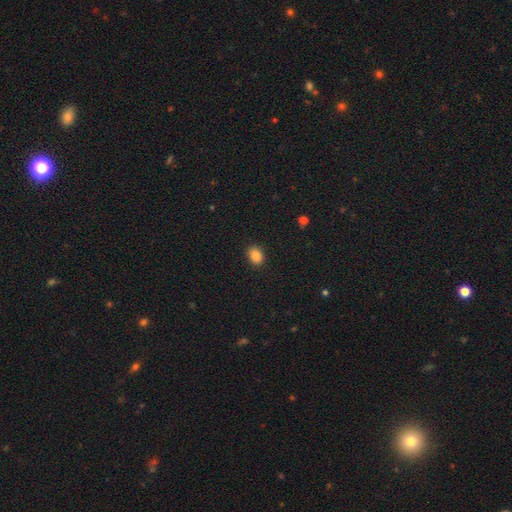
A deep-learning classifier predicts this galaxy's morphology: Q: Smooth or featured?
A: smooth (86%); runner-up: star or artifact (10%)
Q: How rounded?
A: in between (63%); runner-up: round (36%)
Q: Merging?
A: none (89%); runner-up: minor disturbance (8%)